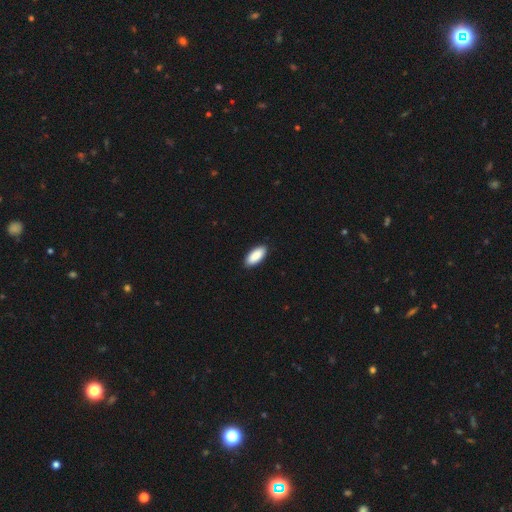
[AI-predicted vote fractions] smooth_or_featured: smooth (p=0.91) [alt: star or artifact p=0.06]
how_rounded: in between (p=0.87) [alt: cigar-shaped p=0.11]
merging: none (p=0.90) [alt: minor disturbance p=0.08]